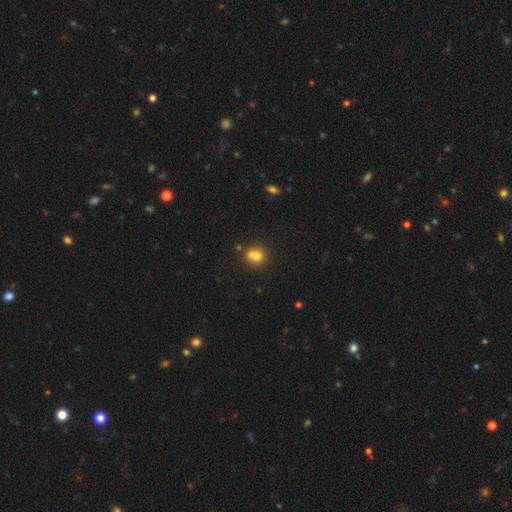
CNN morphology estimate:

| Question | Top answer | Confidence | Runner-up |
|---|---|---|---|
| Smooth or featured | smooth | 72% | featured or disk (16%) |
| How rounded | round | 78% | in between (21%) |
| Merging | none | 44% | merger (42%) |